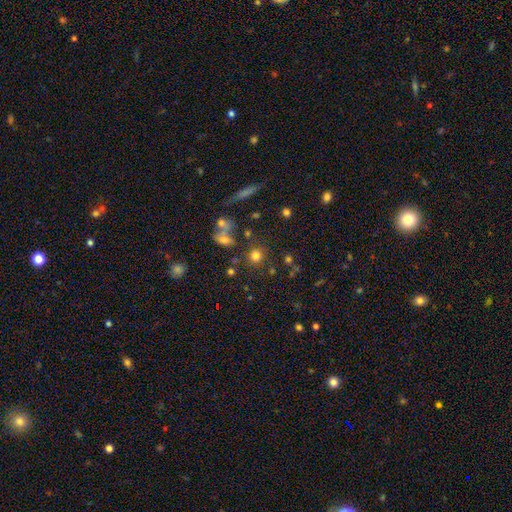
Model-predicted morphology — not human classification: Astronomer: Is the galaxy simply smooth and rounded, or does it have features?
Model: smooth — 76%.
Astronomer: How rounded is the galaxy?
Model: round — 89%.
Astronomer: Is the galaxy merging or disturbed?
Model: none — 77%.